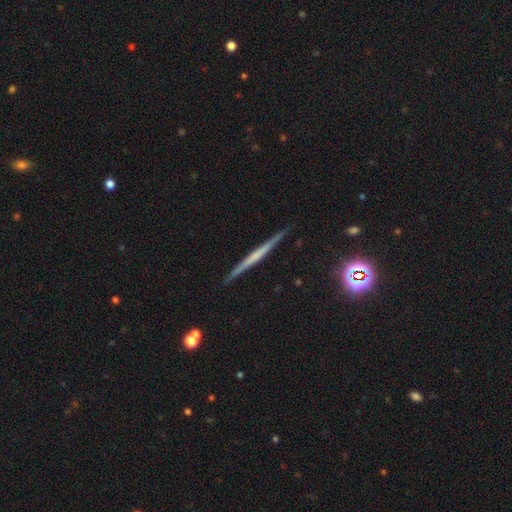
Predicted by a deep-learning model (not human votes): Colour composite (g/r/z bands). It shows a featured or disk galaxy (66%) viewed edge-on (98%) with no central bulge (72%). Merging: none (90%).